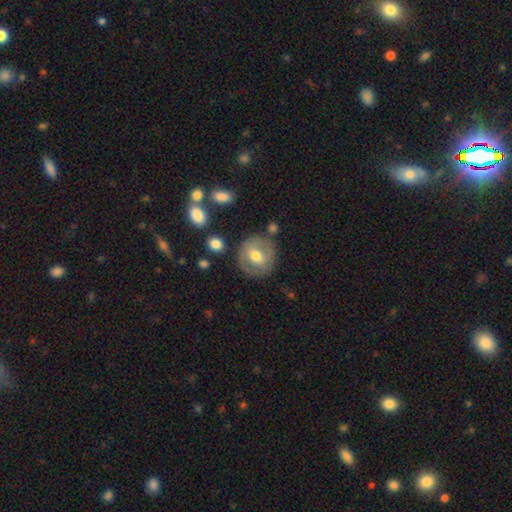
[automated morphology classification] This is possibly a smooth galaxy (47%). Merging: likely none (77%).